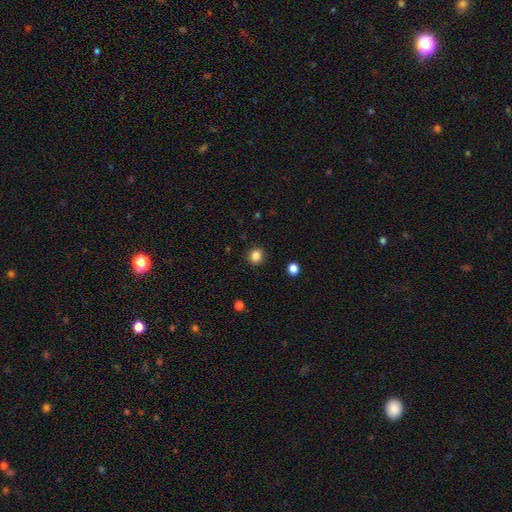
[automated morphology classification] The model was most divided on "how rounded": round: 84%, in between: 15%, cigar-shaped: 1%. More confident: merging — none (91%); smooth or featured — smooth (85%).